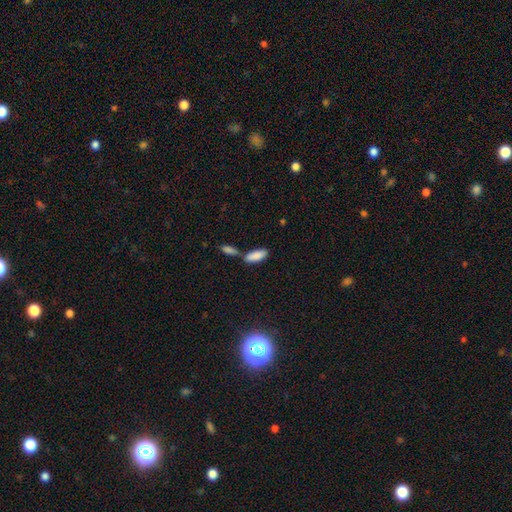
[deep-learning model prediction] Overall: smooth (87%). How rounded: in between (77%). Merging: none (50%; merger 34%).